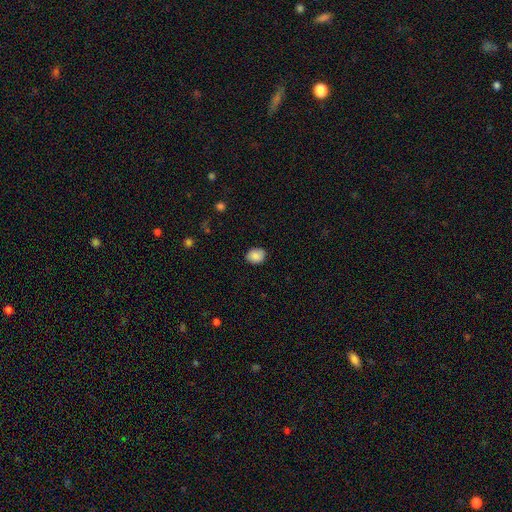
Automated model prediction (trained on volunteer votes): Morphology: type=smooth (88%); roundness=round (53%); merging=none (86%).